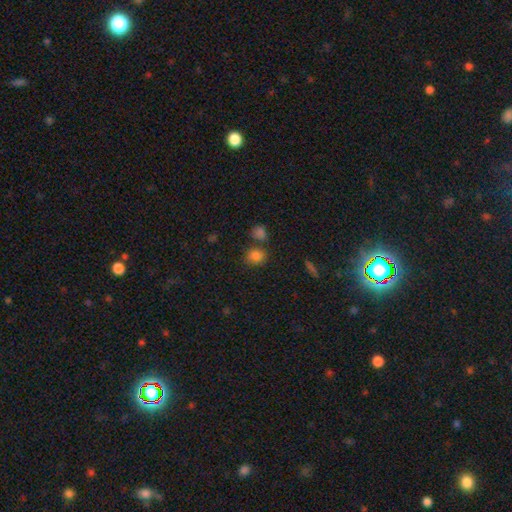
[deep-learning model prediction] This appears to be a smooth galaxy with no disk features (80%) that is round (68%). Merging: none (66%).